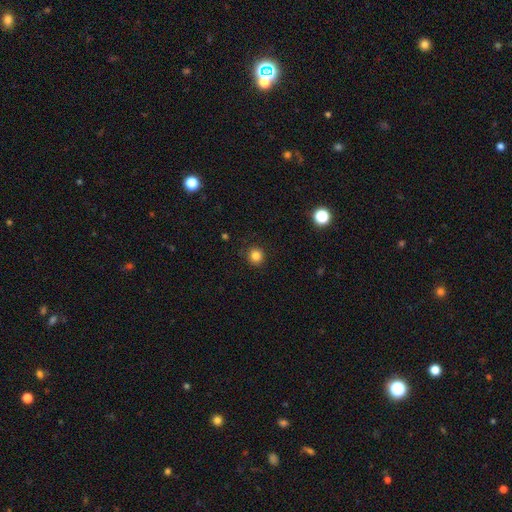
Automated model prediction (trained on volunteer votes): smooth 83%, star or artifact 12%, featured or disk 4%. Down the decision tree: how rounded — round (93%); merging — none (90%).